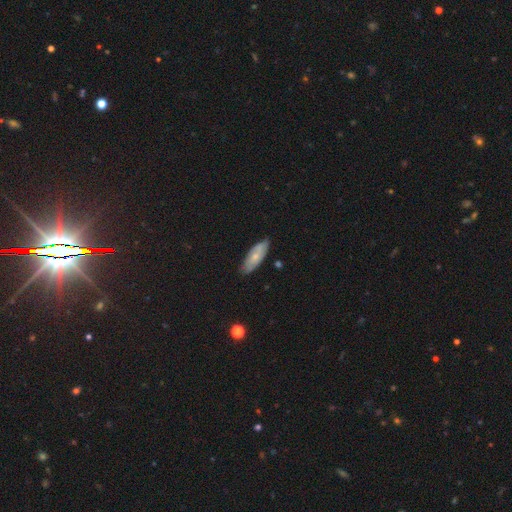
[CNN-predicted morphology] This is possibly a smooth galaxy (55%). How rounded: likely in between (72%). Merging: likely none (79%).